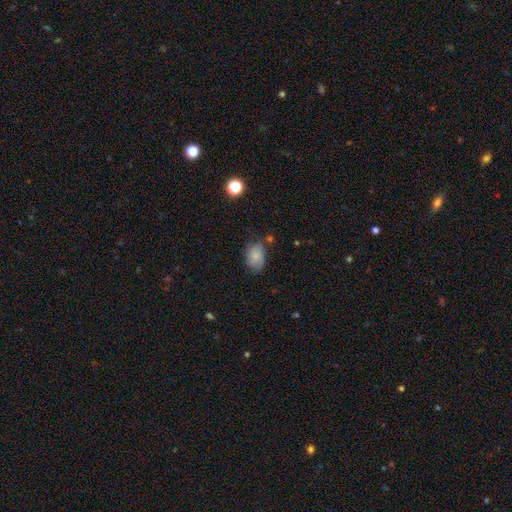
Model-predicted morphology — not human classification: type=smooth (78%); roundness=in between (78%); merging=none (58%).